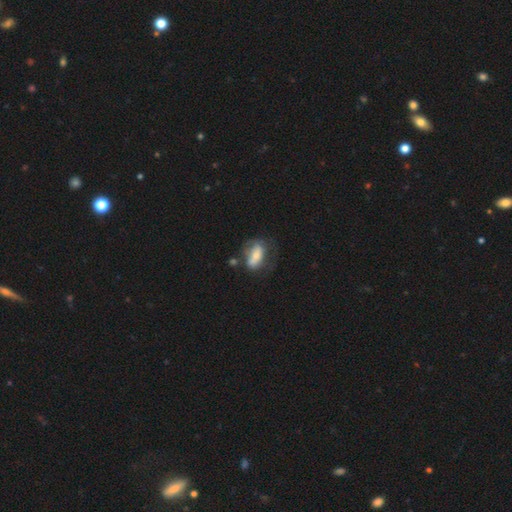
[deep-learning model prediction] Smooth or featured: smooth — 60% (featured or disk — 32%)
How rounded: in between — 82% (cigar-shaped — 10%)
Merging: none — 41% (minor disturbance — 27%)